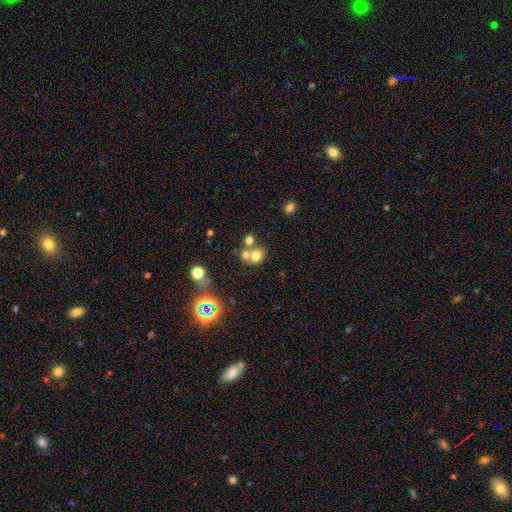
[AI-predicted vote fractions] Smooth or featured?
  - smooth: 69% *
  - star or artifact: 17%
  - featured or disk: 14%
How rounded?
  - round: 72% *
  - in between: 27%
  - cigar-shaped: 1%
Merging?
  - merger: 45% *
  - none: 43%
  - minor disturbance: 8%
  - major disturbance: 4%